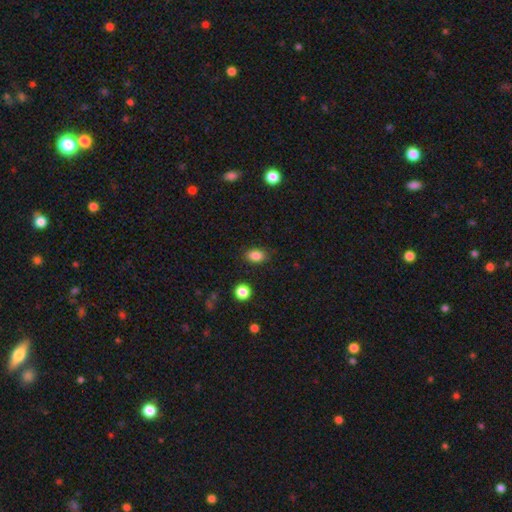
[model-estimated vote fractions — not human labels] A smooth galaxy with no disk features (86%) that is in between round and cigar-shaped (81%). Merging: none (86%).